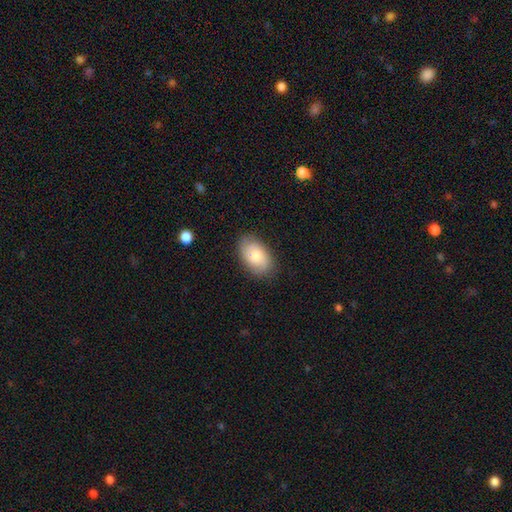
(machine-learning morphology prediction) This is likely a smooth galaxy (75%). How rounded: clearly in between (92%). Merging: clearly none (83%).